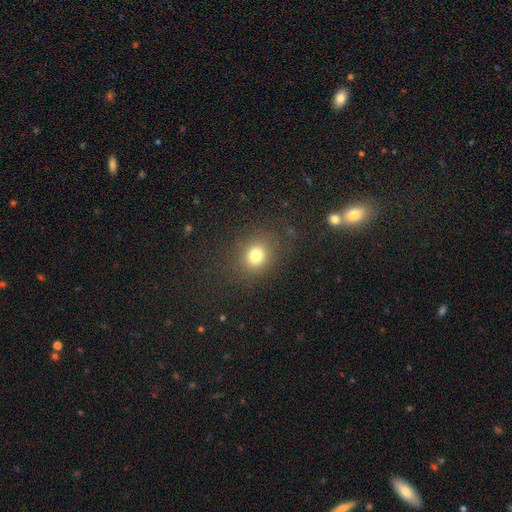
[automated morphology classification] Smooth or featured: smooth — 77% (star or artifact — 15%)
How rounded: round — 74% (in between — 25%)
Merging: none — 83% (minor disturbance — 9%)